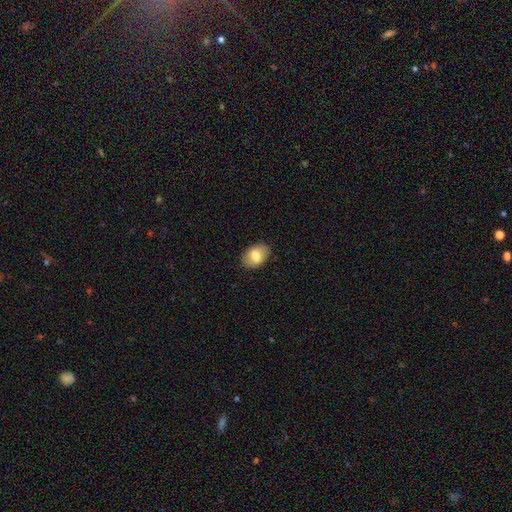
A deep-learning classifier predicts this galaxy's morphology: Smooth or featured? smooth (76%)
How rounded? in between (84%)
Merging? none (86%)